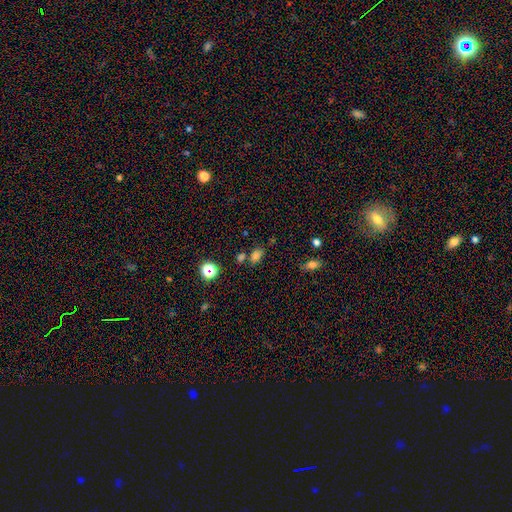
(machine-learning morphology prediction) Q: Smooth or featured?
A: smooth (73%); runner-up: star or artifact (20%)
Q: How rounded?
A: in between (79%); runner-up: round (18%)
Q: Merging?
A: none (64%); runner-up: merger (17%)